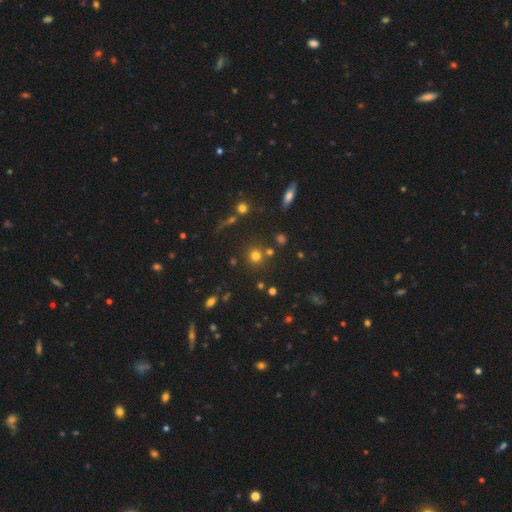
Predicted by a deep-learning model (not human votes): Smooth or featured? smooth (71%)
How rounded? round (92%)
Merging? none (78%)